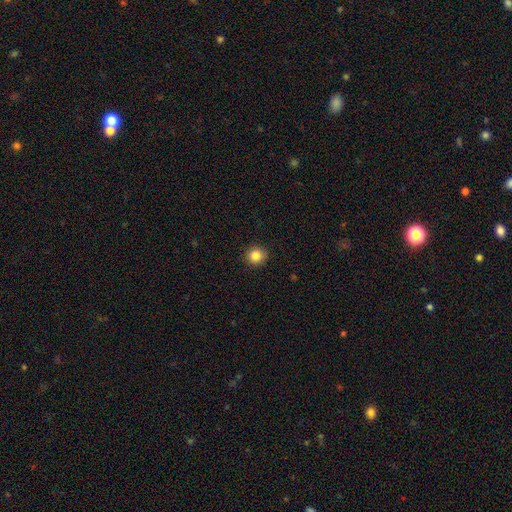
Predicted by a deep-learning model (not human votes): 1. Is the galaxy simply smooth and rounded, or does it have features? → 85% smooth, 11% star or artifact, 5% featured or disk.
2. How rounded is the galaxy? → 90% round, 9% in between, 1% cigar-shaped.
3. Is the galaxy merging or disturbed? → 92% none, 6% minor disturbance, 2% major disturbance, 1% merger.